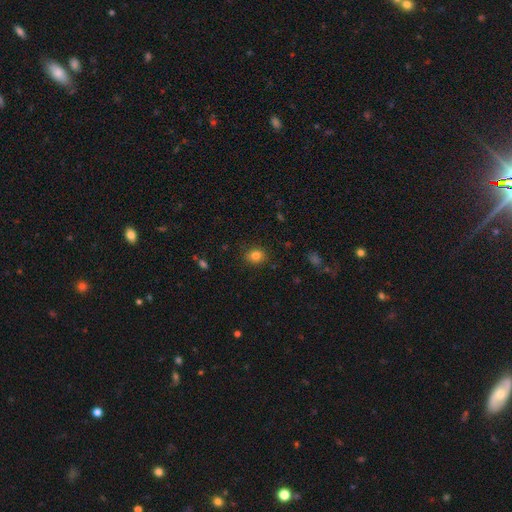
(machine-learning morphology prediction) Smooth or featured?
  - smooth: 82% *
  - star or artifact: 12%
  - featured or disk: 7%
How rounded?
  - round: 58% *
  - in between: 41%
  - cigar-shaped: 1%
Merging?
  - none: 87% *
  - minor disturbance: 9%
  - major disturbance: 2%
  - merger: 1%